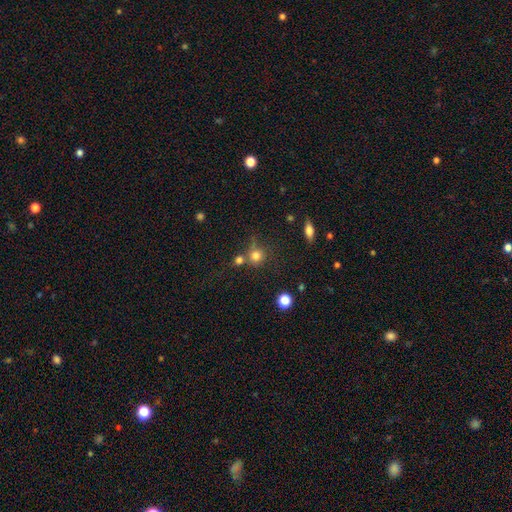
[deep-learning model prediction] Q: Smooth or featured?
A: smooth (77%); runner-up: star or artifact (14%)
Q: How rounded?
A: round (89%); runner-up: in between (10%)
Q: Merging?
A: none (57%); runner-up: merger (23%)